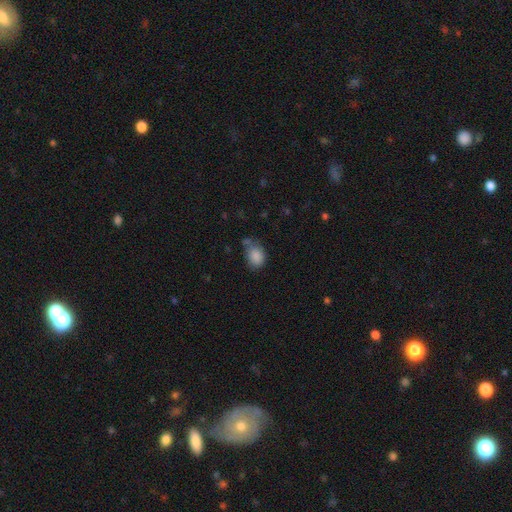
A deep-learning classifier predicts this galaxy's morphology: A smooth galaxy with no disk features (86%) that is in between round and cigar-shaped (72%). Merging: none (54%).